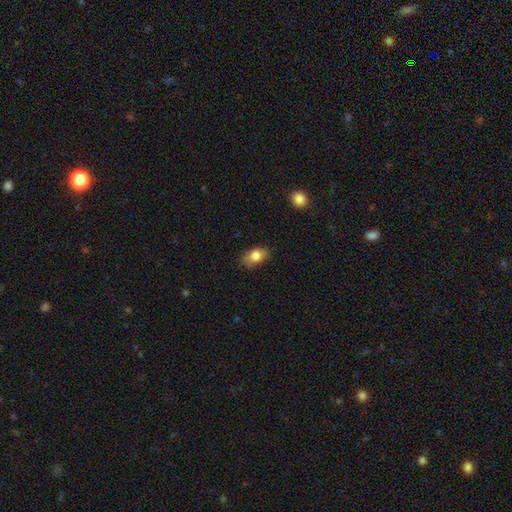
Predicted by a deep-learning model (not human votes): Q: Smooth or featured?
A: smooth (80%); runner-up: featured or disk (12%)
Q: How rounded?
A: in between (83%); runner-up: round (14%)
Q: Merging?
A: none (76%); runner-up: minor disturbance (19%)